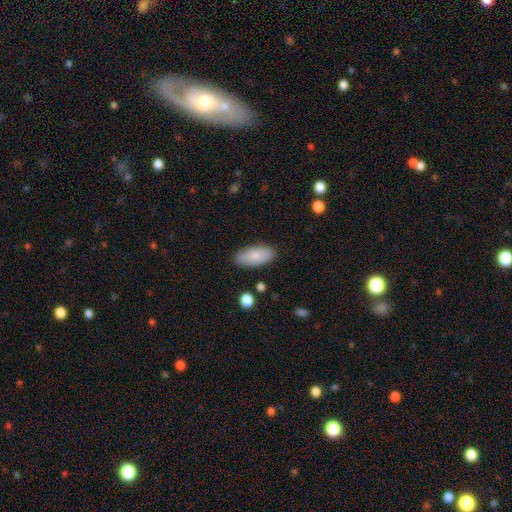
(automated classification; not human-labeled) This appears to be a smooth galaxy with no disk features (79%) that is in between round and cigar-shaped (90%). Merging: none (86%).